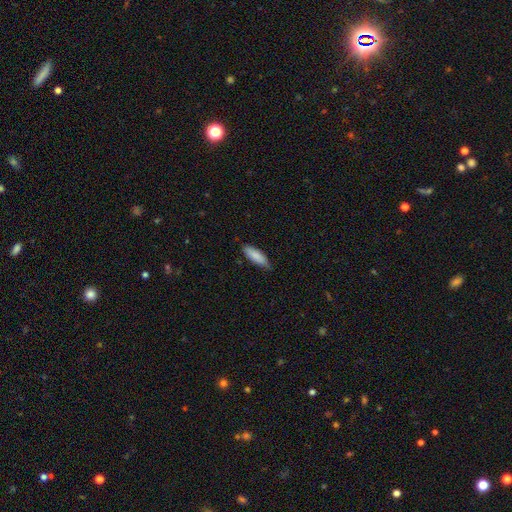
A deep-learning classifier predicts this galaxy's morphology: A smooth galaxy with no disk features (86%) that is in between round and cigar-shaped (51%). Merging: none (75%).